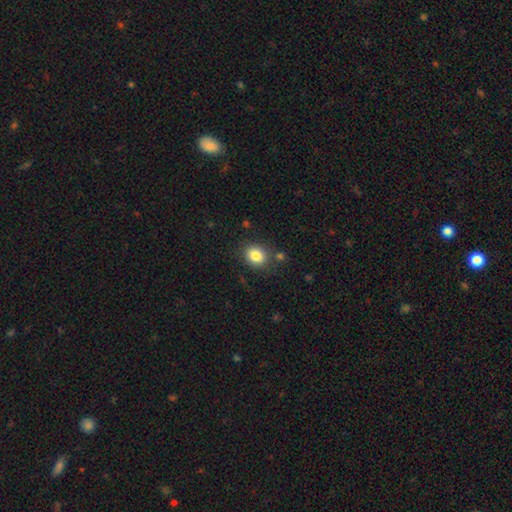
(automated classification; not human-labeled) smooth 83%, star or artifact 10%, featured or disk 7%. Down the decision tree: how rounded — round (58%); merging — none (82%).